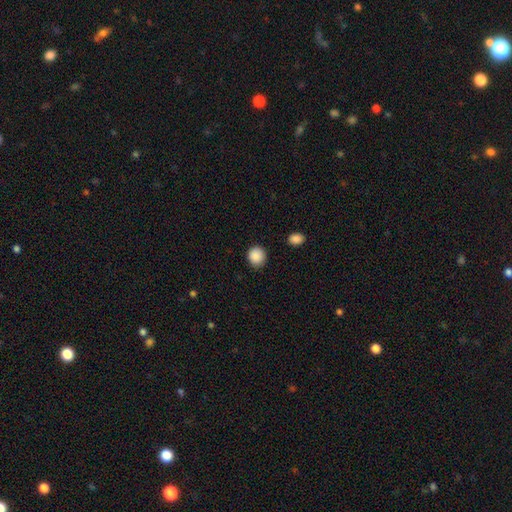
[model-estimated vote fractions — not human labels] Smooth or featured?
  - smooth: 89% *
  - star or artifact: 8%
  - featured or disk: 3%
How rounded?
  - round: 87% *
  - in between: 12%
  - cigar-shaped: 1%
Merging?
  - none: 89% *
  - minor disturbance: 7%
  - major disturbance: 2%
  - merger: 1%